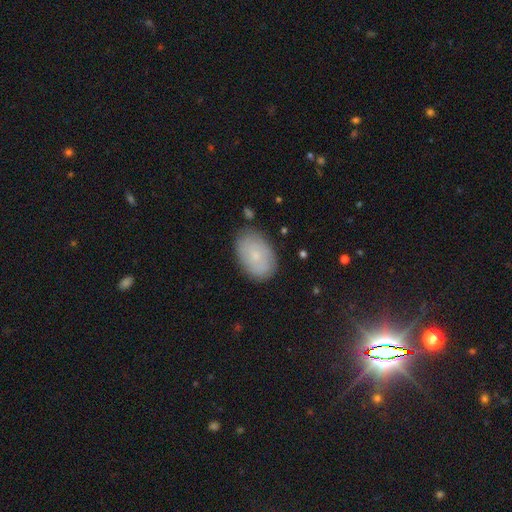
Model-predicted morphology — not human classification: smooth_or_featured: smooth (p=0.66) [alt: featured or disk p=0.26]
how_rounded: in between (p=0.89) [alt: round p=0.10]
merging: none (p=0.81) [alt: minor disturbance p=0.14]